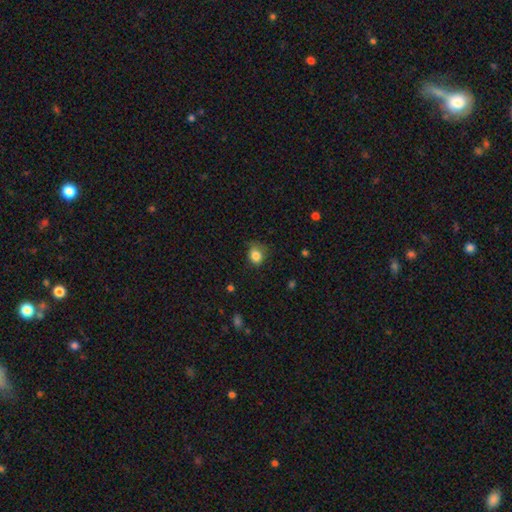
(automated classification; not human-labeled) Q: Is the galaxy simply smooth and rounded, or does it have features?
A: smooth — 83%.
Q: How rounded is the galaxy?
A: round — 68%.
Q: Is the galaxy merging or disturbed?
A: none — 60%.